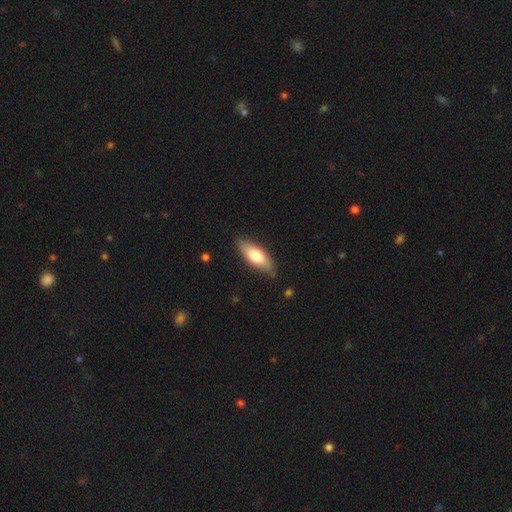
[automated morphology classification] A smooth galaxy with no disk features (68%) that is in between round and cigar-shaped (67%). Merging: none (83%).